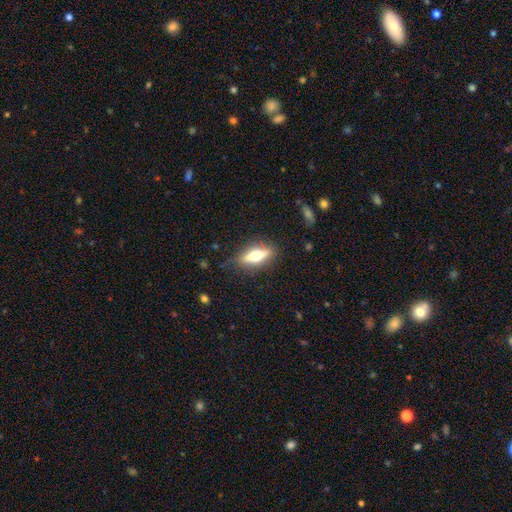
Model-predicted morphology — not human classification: Smooth or featured: featured or disk — 52% (smooth — 42%)
Edge-on disk: yes — 88% (no — 12%)
Merging: none — 82% (minor disturbance — 13%)